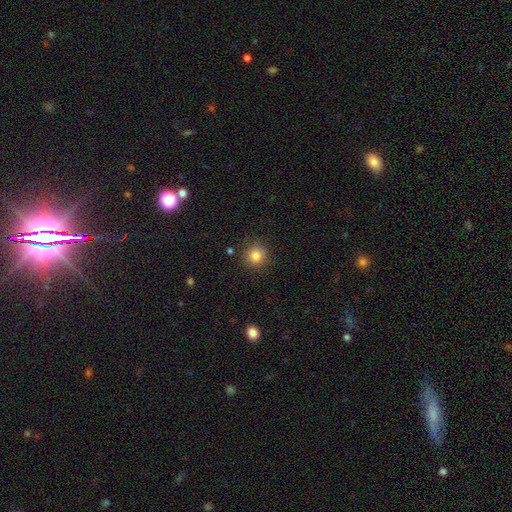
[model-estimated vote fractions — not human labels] A smooth galaxy with no disk features (83%) that is round (92%). Merging: none (87%).